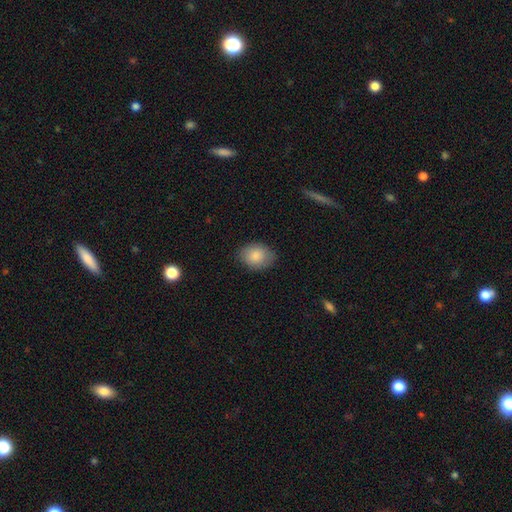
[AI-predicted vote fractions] A smooth galaxy with no disk features (86%) that is in between round and cigar-shaped (69%). Merging: none (81%).